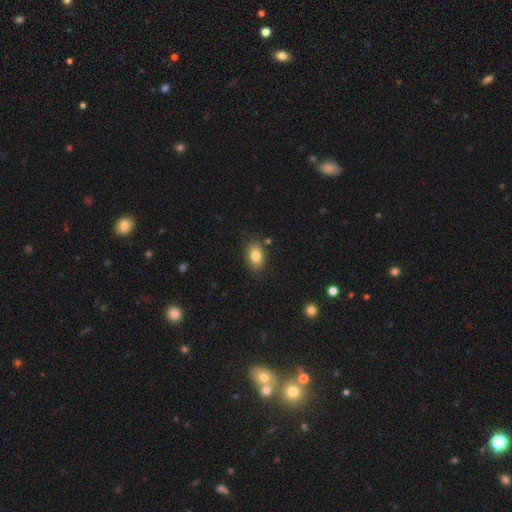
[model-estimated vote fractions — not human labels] Smooth or featured? Predicted: smooth (p=0.82). How rounded? Predicted: in between (p=0.82). Merging? Predicted: none (p=0.83).